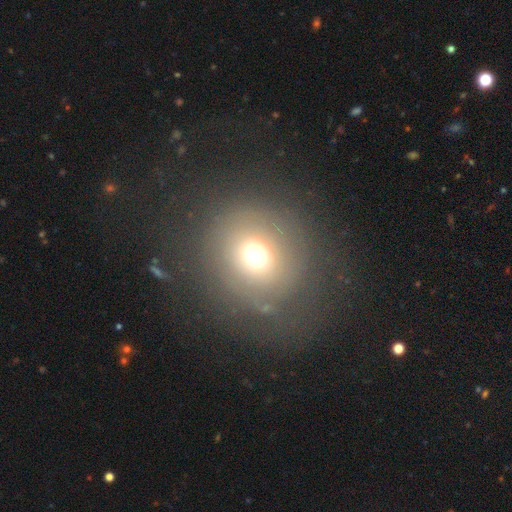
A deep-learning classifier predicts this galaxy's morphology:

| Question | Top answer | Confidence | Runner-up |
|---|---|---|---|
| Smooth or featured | smooth | 61% | featured or disk (22%) |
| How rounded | round | 84% | in between (15%) |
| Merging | none | 73% | minor disturbance (13%) |